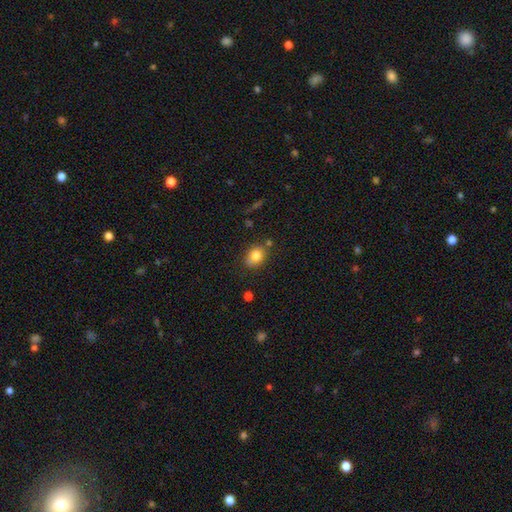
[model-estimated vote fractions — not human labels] Morphology: type=smooth (82%); roundness=in between (55%); merging=none (70%).